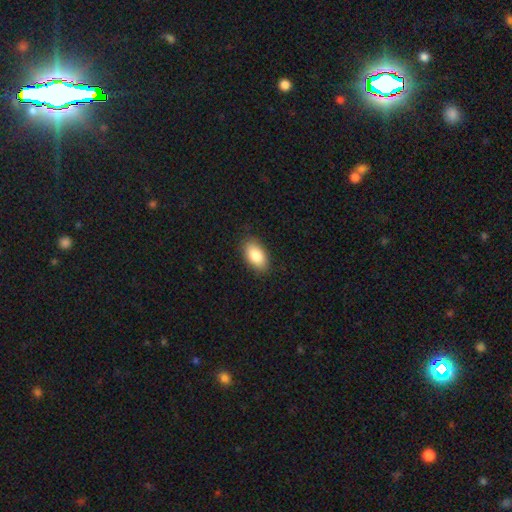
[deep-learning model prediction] This appears to be a smooth galaxy with no disk features (85%) that is in between round and cigar-shaped (94%). Merging: none (87%).